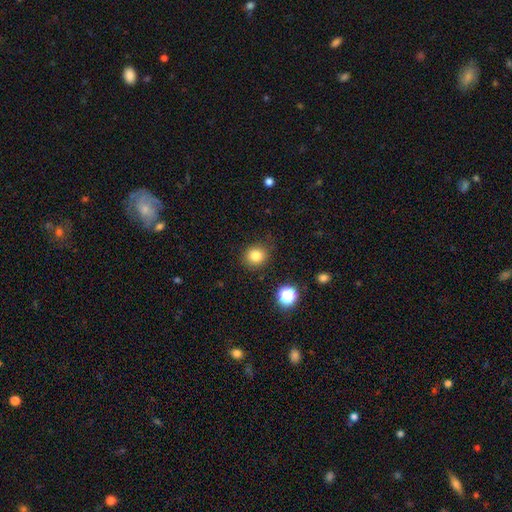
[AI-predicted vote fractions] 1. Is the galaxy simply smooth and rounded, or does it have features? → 80% smooth, 13% star or artifact, 6% featured or disk.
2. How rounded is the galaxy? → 87% round, 12% in between, 1% cigar-shaped.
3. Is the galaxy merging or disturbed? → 85% none, 10% minor disturbance, 3% major disturbance, 2% merger.